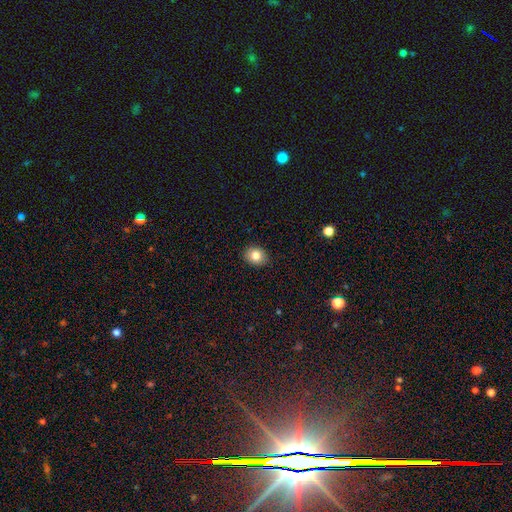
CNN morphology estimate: This appears to be a smooth galaxy with no disk features (82%) that is round (56%). Merging: none (89%).